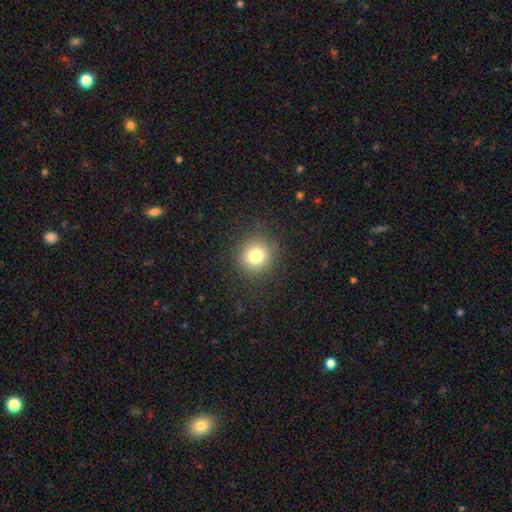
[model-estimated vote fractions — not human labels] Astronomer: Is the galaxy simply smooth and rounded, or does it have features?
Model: smooth — 79%.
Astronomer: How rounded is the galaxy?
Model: round — 90%.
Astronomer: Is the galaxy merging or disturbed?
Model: none — 88%.